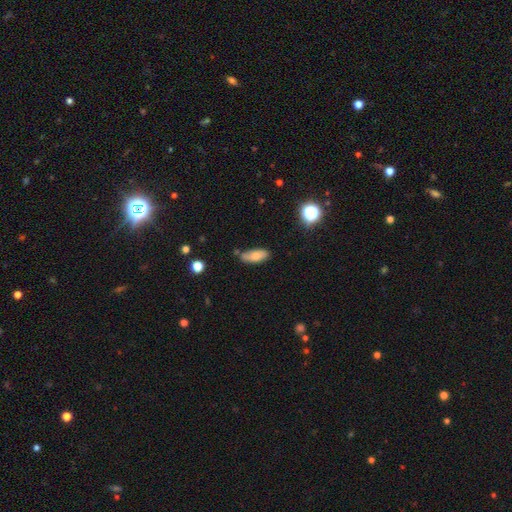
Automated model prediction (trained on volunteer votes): A smooth galaxy with no disk features (73%) that is in between round and cigar-shaped (77%).

Vote fractions:
- Smooth or featured? smooth: 73% / featured or disk: 18% / star or artifact: 9%
- How rounded? in between: 77% / cigar-shaped: 20% / round: 3%
- Merging? none: 69% / minor disturbance: 21% / merger: 6% / major disturbance: 4%